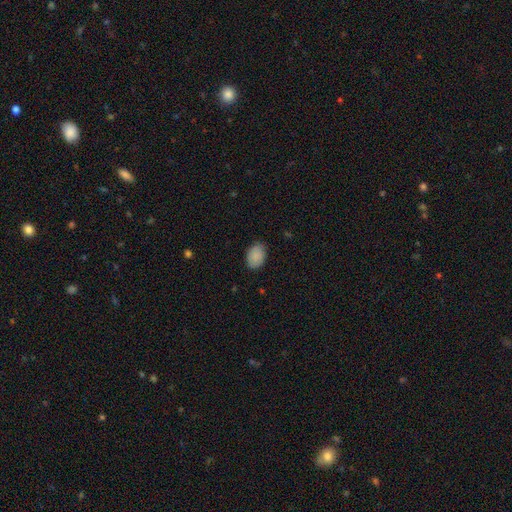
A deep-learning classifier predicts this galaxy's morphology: Smooth or featured? Predicted: smooth (p=0.89). How rounded? Predicted: in between (p=0.83). Merging? Predicted: none (p=0.85).